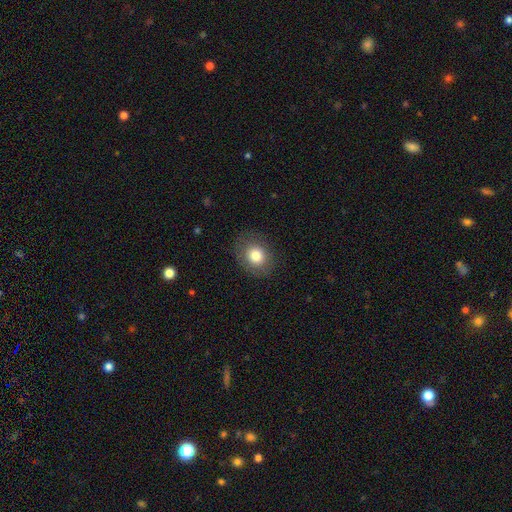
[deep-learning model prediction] This is likely a smooth galaxy (80%). How rounded: possibly round (55%). Merging: clearly none (84%).